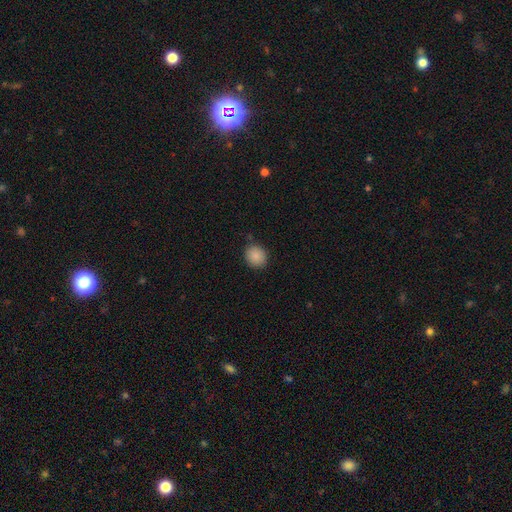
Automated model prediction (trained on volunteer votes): The model was most divided on "how rounded": round: 84%, in between: 16%, cigar-shaped: 1%. More confident: smooth or featured — smooth (87%); merging — none (86%).